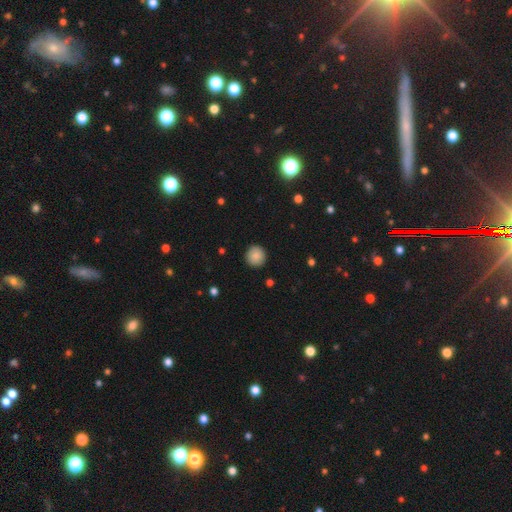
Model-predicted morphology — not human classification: Smooth or featured? Predicted: smooth (p=0.87). How rounded? Predicted: round (p=0.94). Merging? Predicted: none (p=0.92).